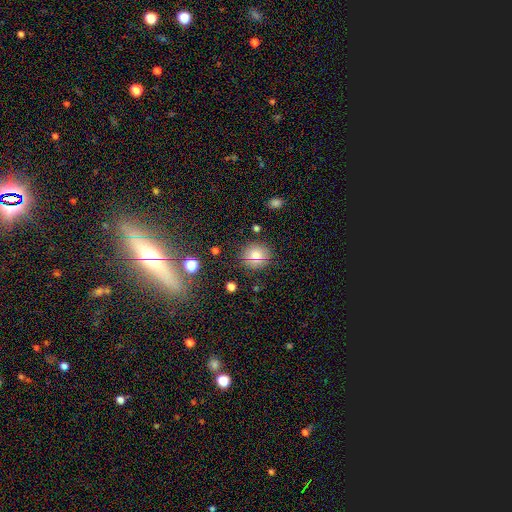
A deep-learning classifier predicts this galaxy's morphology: This is likely a smooth galaxy (75%). How rounded: clearly round (85%). Merging: clearly none (83%).